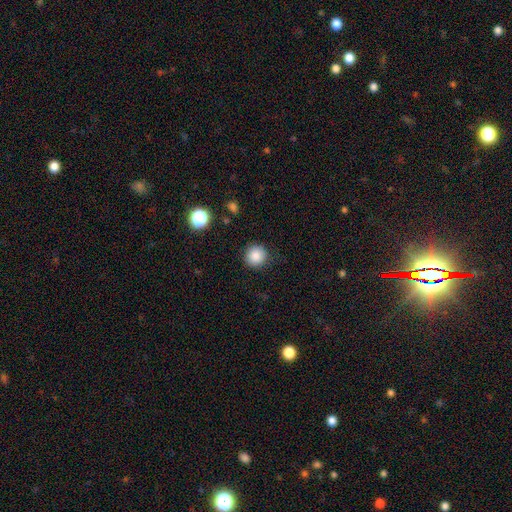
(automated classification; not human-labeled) Smooth or featured? smooth (86%)
How rounded? round (94%)
Merging? none (88%)